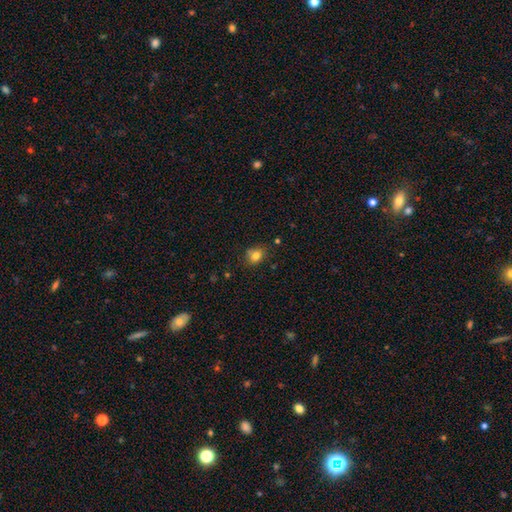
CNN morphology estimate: Smooth or featured? Predicted: smooth (p=0.80). How rounded? Predicted: round (p=0.54). Merging? Predicted: none (p=0.72).